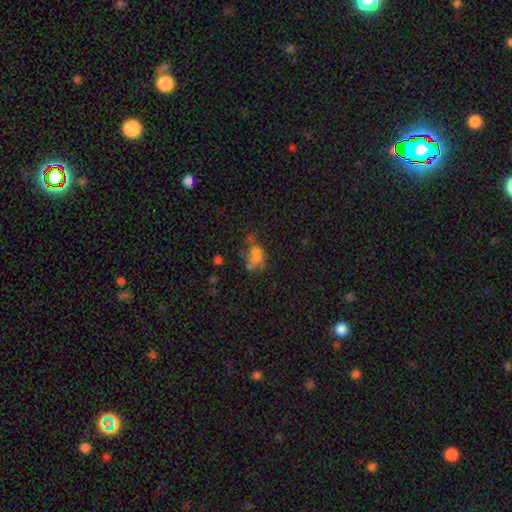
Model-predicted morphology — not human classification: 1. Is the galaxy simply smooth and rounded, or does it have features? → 54% smooth, 29% featured or disk, 17% star or artifact.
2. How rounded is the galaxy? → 70% in between, 28% round, 2% cigar-shaped.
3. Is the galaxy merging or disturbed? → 30% merger (tied), 30% none (tied), 21% major disturbance, 19% minor disturbance.